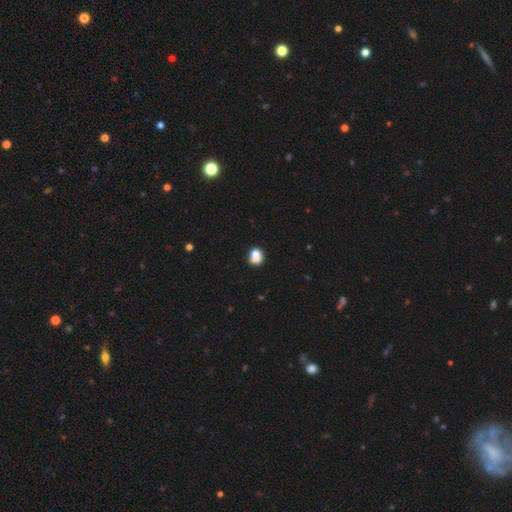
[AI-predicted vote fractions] Smooth or featured? Predicted: smooth (p=0.77). How rounded? Predicted: round (p=0.60). Merging? Predicted: none (p=0.47).